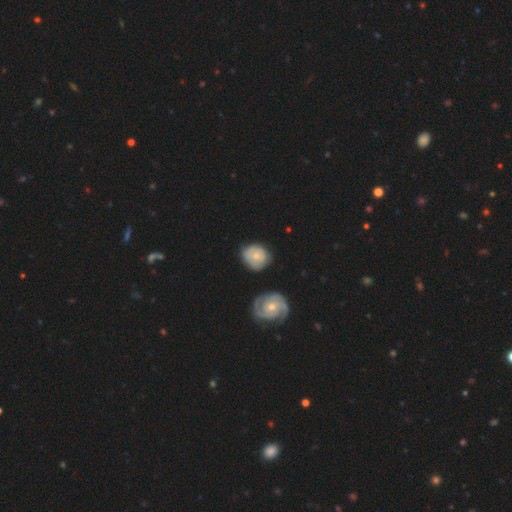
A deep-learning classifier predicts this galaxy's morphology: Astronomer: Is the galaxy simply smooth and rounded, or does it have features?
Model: smooth — 47% (runner-up: featured or disk, 46%).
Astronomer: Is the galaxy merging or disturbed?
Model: none — 66%.